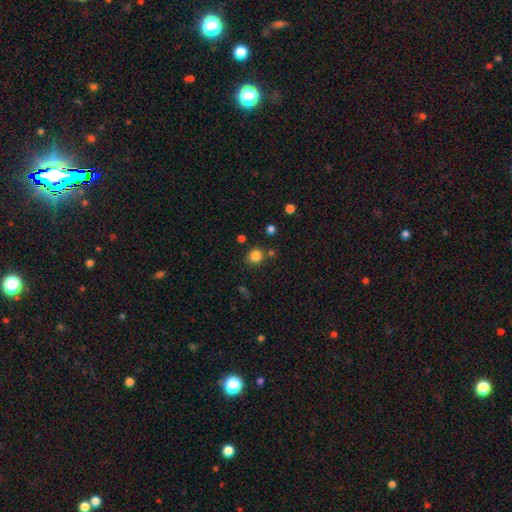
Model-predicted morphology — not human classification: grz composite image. It shows a smooth galaxy with no disk features (83%) that is round (87%). Merging: none (78%).